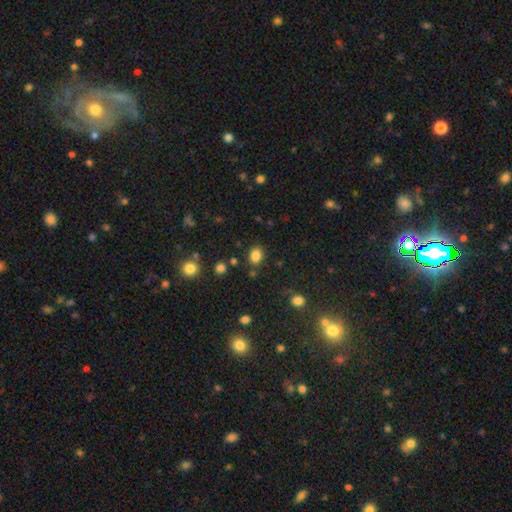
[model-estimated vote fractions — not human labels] Smooth or featured? Predicted: smooth (p=0.84). How rounded? Predicted: in between (p=0.61). Merging? Predicted: none (p=0.82).